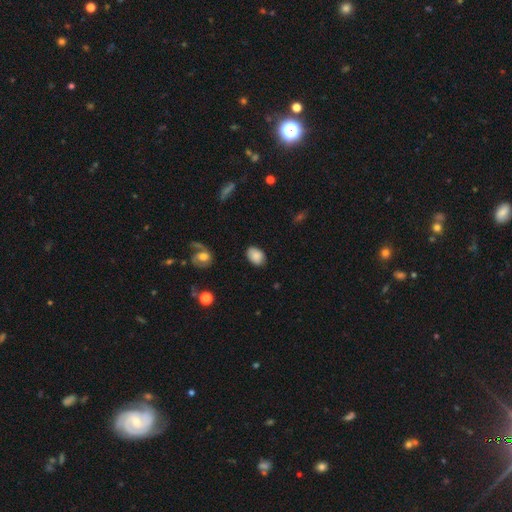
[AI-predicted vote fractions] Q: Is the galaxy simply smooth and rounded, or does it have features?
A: smooth — 84%.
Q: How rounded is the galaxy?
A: in between — 78%.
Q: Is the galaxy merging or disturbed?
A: none — 82%.